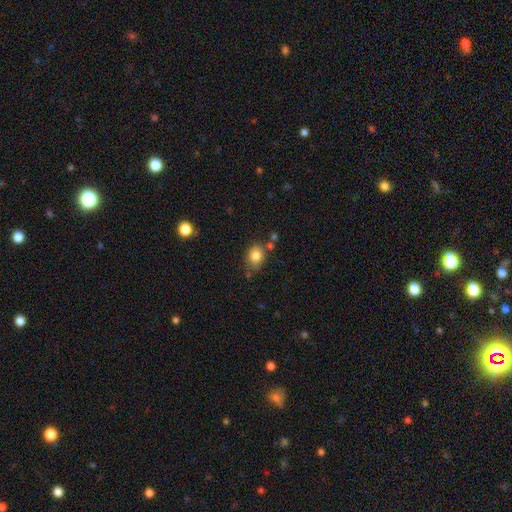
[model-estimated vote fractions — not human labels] Overall: smooth (83%). How rounded: in between (54%; round 45%). Merging: none (72%).